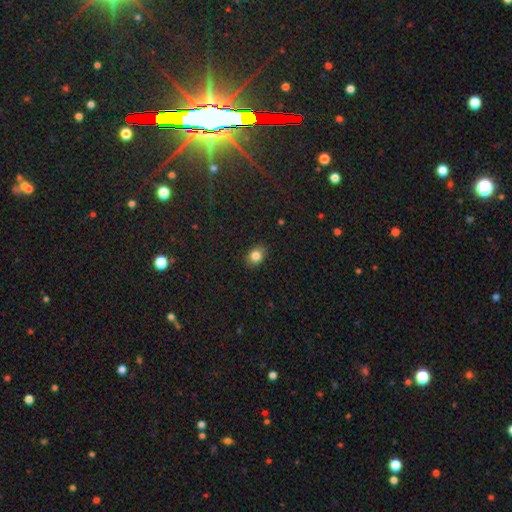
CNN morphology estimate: This appears to be a smooth galaxy with no disk features (83%) that is in between round and cigar-shaped (60%). Merging: none (86%).